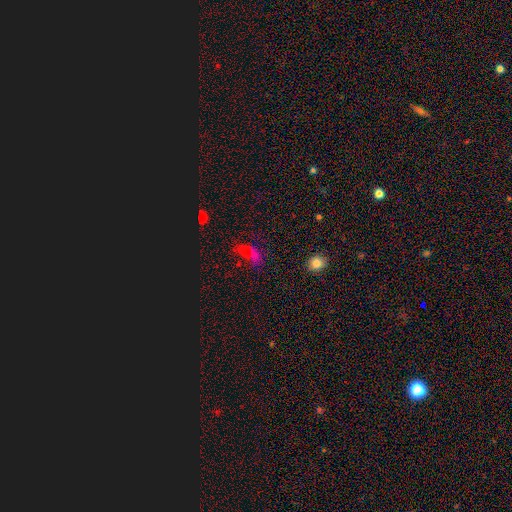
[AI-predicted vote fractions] Q: Smooth or featured?
A: smooth (54%); runner-up: star or artifact (30%)
Q: How rounded?
A: in between (69%); runner-up: cigar-shaped (17%)
Q: Merging?
A: none (37%); runner-up: merger (23%)